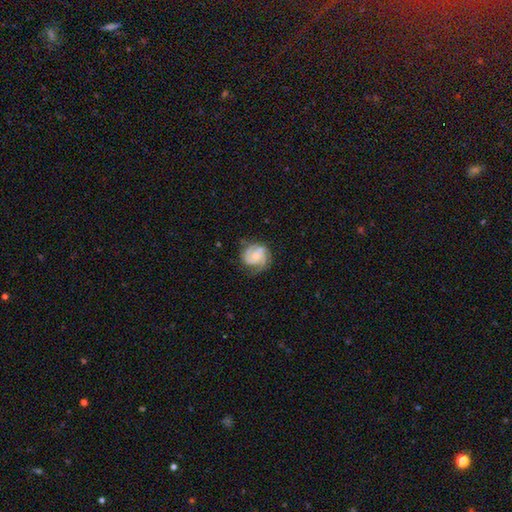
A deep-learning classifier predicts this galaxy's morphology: A featured or disk galaxy (85%) with no bar (64%), 2 (41%) tight (54%) spiral arms (97%) and a small central bulge (54%). Merging: none (74%).